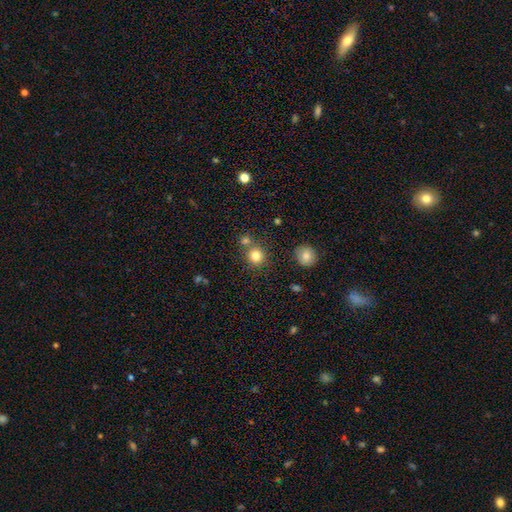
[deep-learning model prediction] Overall: smooth (81%). How rounded: round (89%). Merging: none (71%).